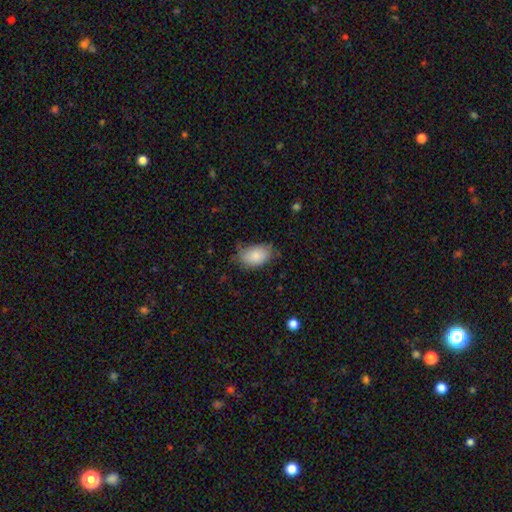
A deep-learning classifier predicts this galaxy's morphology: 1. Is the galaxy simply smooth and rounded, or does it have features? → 84% smooth, 9% featured or disk, 7% star or artifact.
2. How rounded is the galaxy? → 90% in between, 9% round, 1% cigar-shaped.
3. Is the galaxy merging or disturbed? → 58% none, 32% minor disturbance, 8% major disturbance, 2% merger.